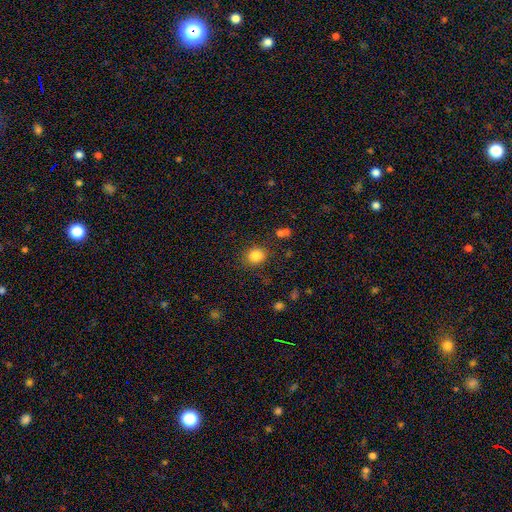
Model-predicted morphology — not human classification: smooth_or_featured: smooth (p=0.83) [alt: star or artifact p=0.11]
how_rounded: round (p=0.73) [alt: in between p=0.26]
merging: none (p=0.84) [alt: minor disturbance p=0.10]